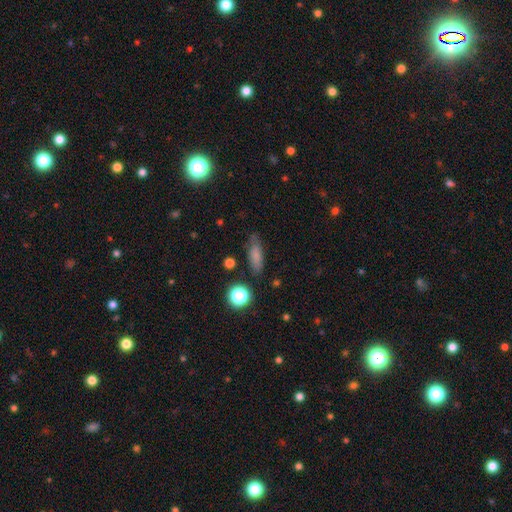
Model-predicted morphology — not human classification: smooth-or-featured: smooth: 77% | star or artifact: 12% | featured or disk: 11%
  how-rounded: in between: 60% | cigar-shaped: 34% | round: 6%
  merging: none: 75% | minor disturbance: 18% | major disturbance: 5% | merger: 3%